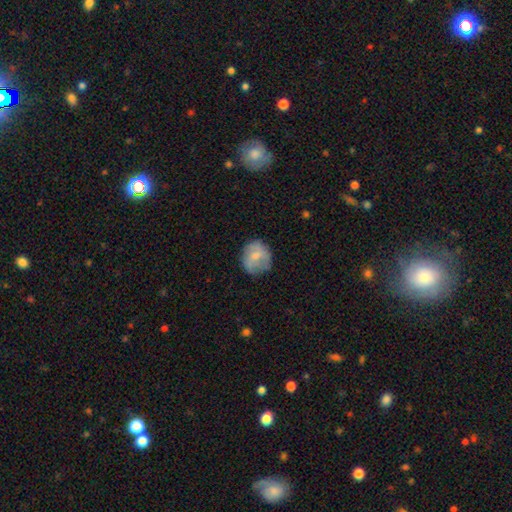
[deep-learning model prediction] The model was most divided on "smooth or featured": smooth: 65%, featured or disk: 28%, star or artifact: 7%. More confident: how rounded — round (76%); merging — none (66%).